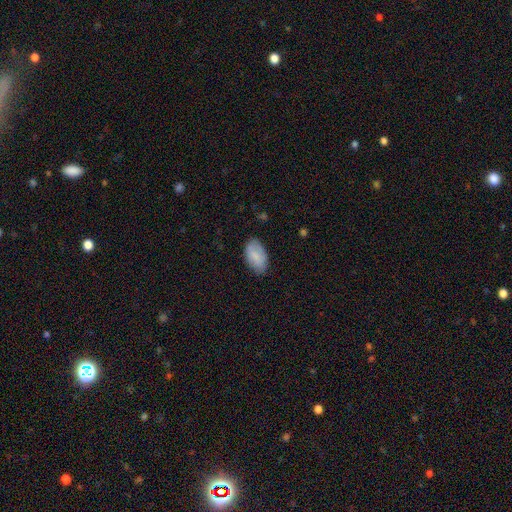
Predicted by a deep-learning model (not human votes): This is likely a smooth galaxy (78%). How rounded: clearly in between (94%). Merging: likely none (77%).